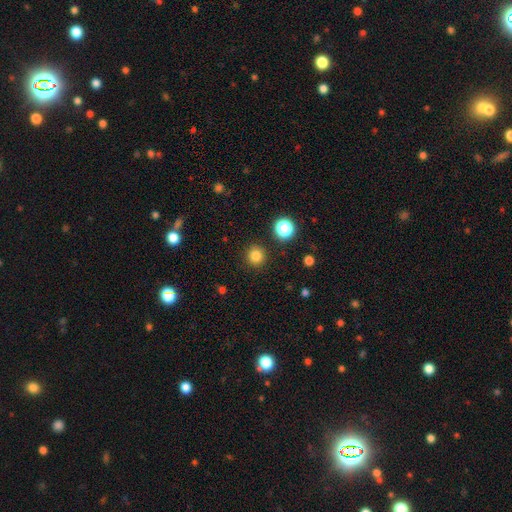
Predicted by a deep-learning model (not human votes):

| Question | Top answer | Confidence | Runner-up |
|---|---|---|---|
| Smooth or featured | smooth | 82% | star or artifact (14%) |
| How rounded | round | 93% | in between (6%) |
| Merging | none | 91% | minor disturbance (5%) |